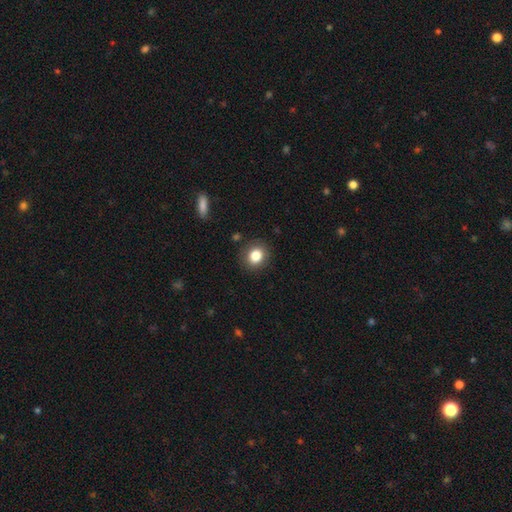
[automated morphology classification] A smooth galaxy with no disk features (83%) that is round (73%).

Vote fractions:
- Smooth or featured? smooth: 83% / star or artifact: 10% / featured or disk: 7%
- How rounded? round: 73% / in between: 27% / cigar-shaped: 1%
- Merging? none: 87% / minor disturbance: 9% / major disturbance: 3% / merger: 1%